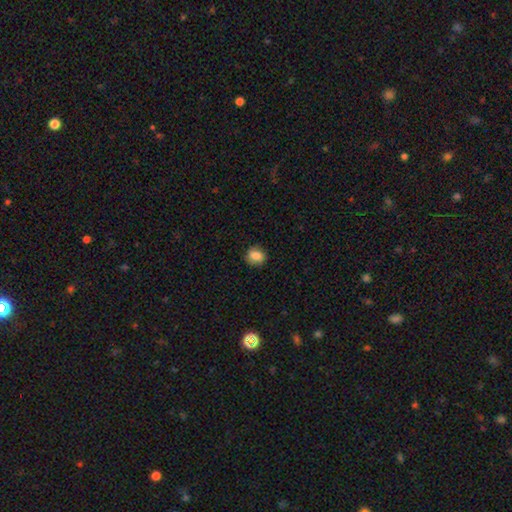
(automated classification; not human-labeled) Smooth or featured: smooth — 83% (star or artifact — 9%)
How rounded: round — 65% (in between — 33%)
Merging: none — 84% (minor disturbance — 12%)